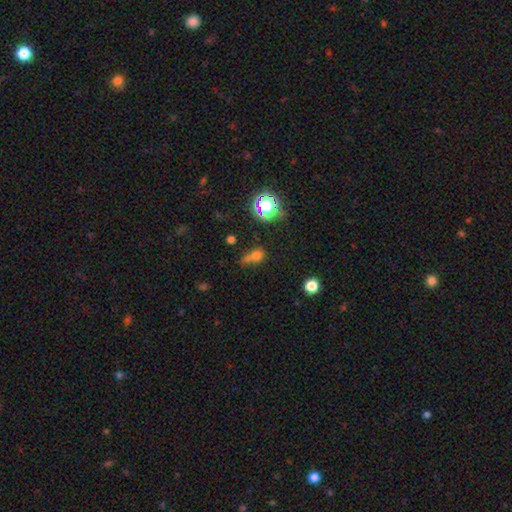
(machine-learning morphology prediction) A smooth galaxy with no disk features (63%) that is round (50%).

Vote fractions:
- Smooth or featured? smooth: 63% / star or artifact: 25% / featured or disk: 12%
- How rounded? round: 50% / in between: 44% / cigar-shaped: 6%
- Merging? none: 41% / merger: 25% / minor disturbance: 19% / major disturbance: 15%